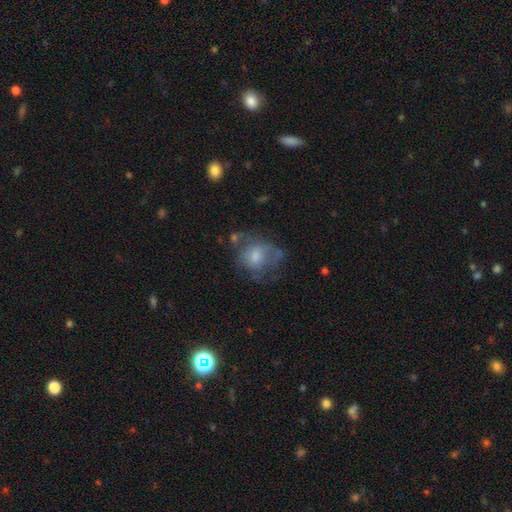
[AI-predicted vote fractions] Overall: featured or disk (44%; smooth 43%). Merging: none (49%; minor disturbance 24%).